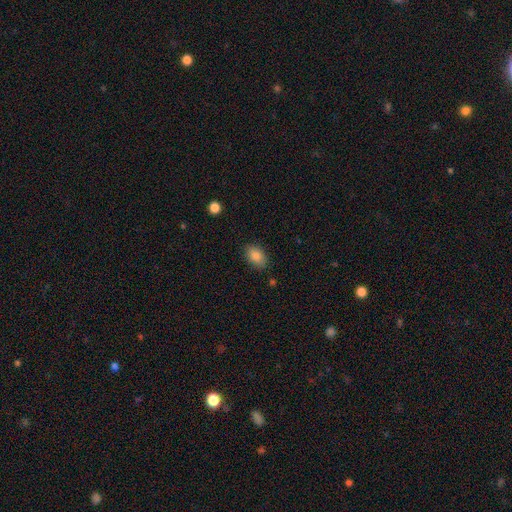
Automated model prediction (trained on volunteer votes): Overall: smooth (85%). How rounded: in between (84%). Merging: none (84%).